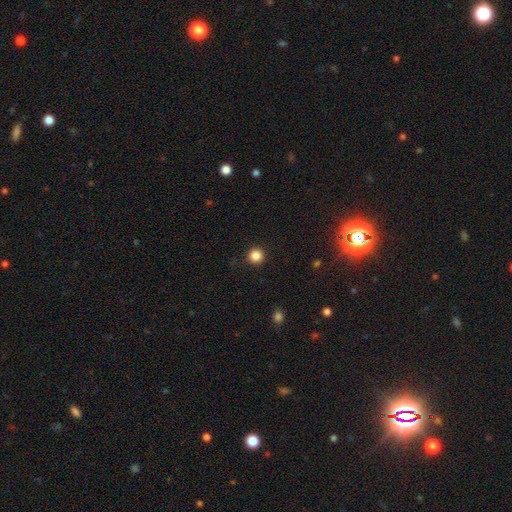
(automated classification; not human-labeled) This appears to be a smooth galaxy with no disk features (86%) that is round (95%). Merging: none (92%).